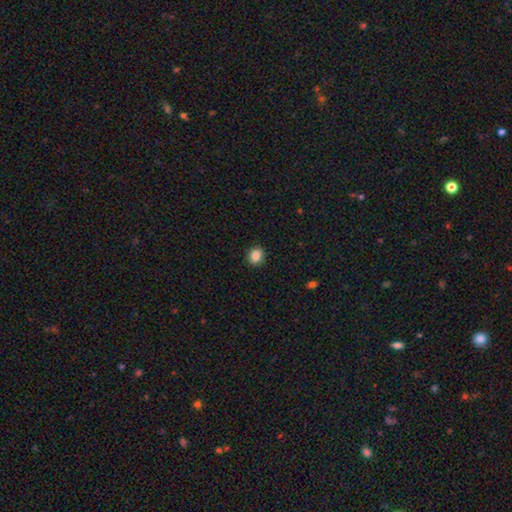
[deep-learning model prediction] smooth_or_featured: smooth (p=0.85) [alt: star or artifact p=0.10]
how_rounded: round (p=0.75) [alt: in between p=0.24]
merging: none (p=0.91) [alt: minor disturbance p=0.06]